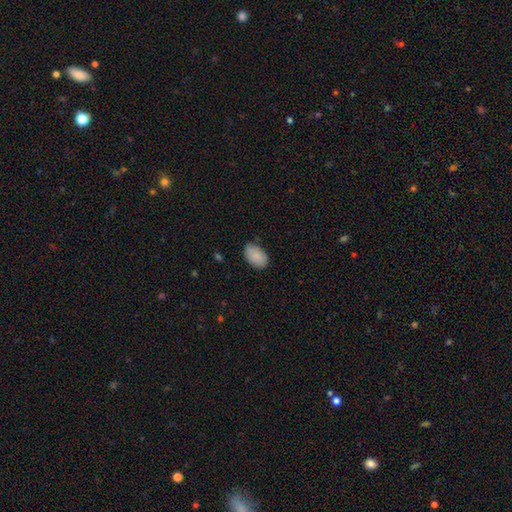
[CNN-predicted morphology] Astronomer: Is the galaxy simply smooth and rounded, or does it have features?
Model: smooth — 88%.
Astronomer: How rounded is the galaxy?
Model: in between — 92%.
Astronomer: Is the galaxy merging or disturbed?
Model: none — 80%.